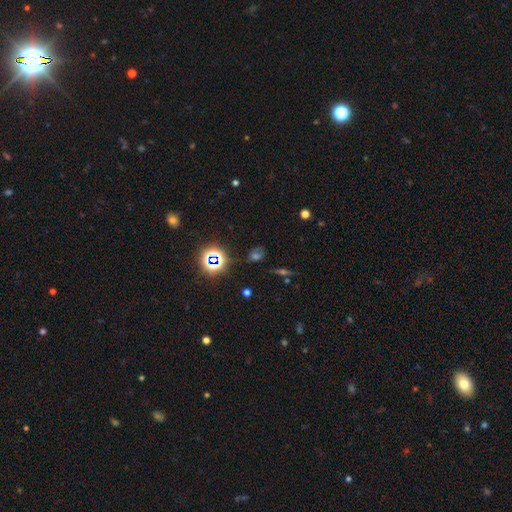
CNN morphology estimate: Smooth or featured? star or artifact (55%)